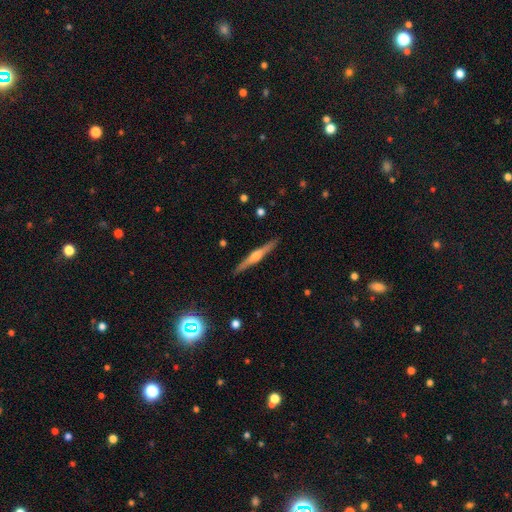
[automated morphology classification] The model was most divided on "smooth or featured": featured or disk: 75%, smooth: 19%, star or artifact: 6%. More confident: edge-on disk — yes (98%); merging — none (92%); edge-on bulge — rounded (86%).